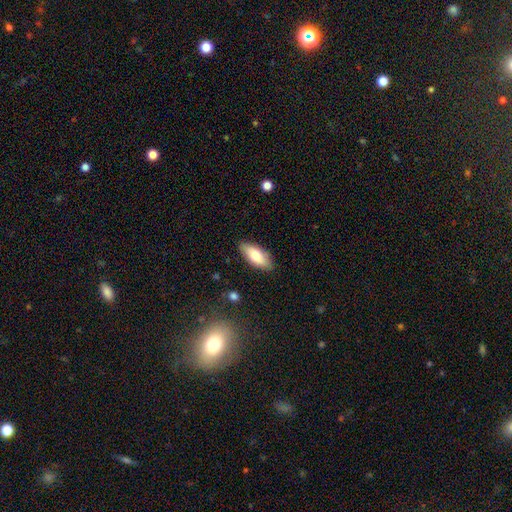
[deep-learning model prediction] A smooth galaxy with no disk features (78%) that is in between round and cigar-shaped (81%).

Vote fractions:
- Smooth or featured? smooth: 78% / featured or disk: 16% / star or artifact: 6%
- How rounded? in between: 81% / cigar-shaped: 17% / round: 2%
- Merging? none: 86% / minor disturbance: 11% / major disturbance: 2% / merger: 1%